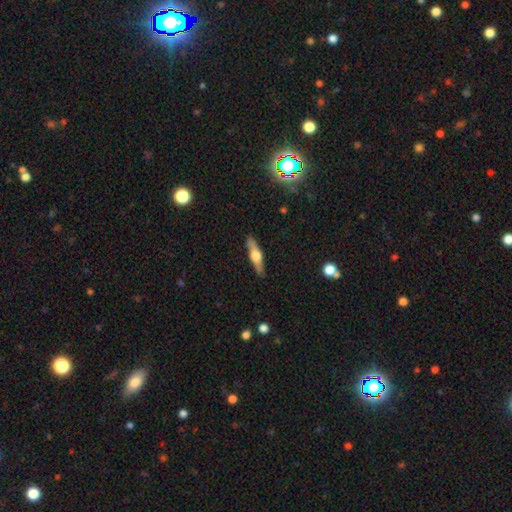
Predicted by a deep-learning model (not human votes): smooth-or-featured: featured or disk: 56% | smooth: 39% | star or artifact: 6%
  disk-edge-on: yes: 92% | no: 8%
    edge-on-bulge: rounded: 91% | boxy: 6% | none: 3%
  merging: none: 87% | minor disturbance: 10% | major disturbance: 2% | merger: 1%